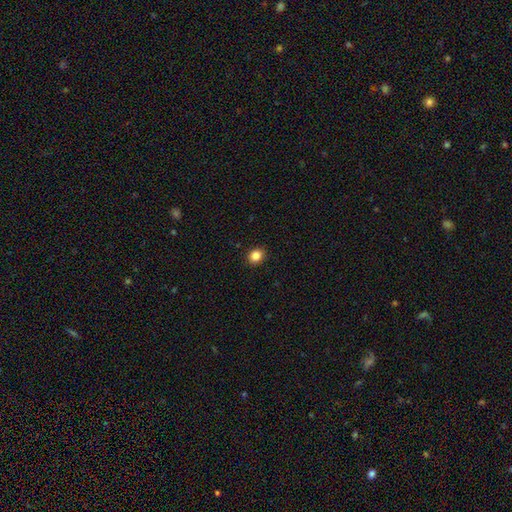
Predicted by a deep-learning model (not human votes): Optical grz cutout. It shows a smooth galaxy with no disk features (85%) that is round (66%). Merging: none (91%).